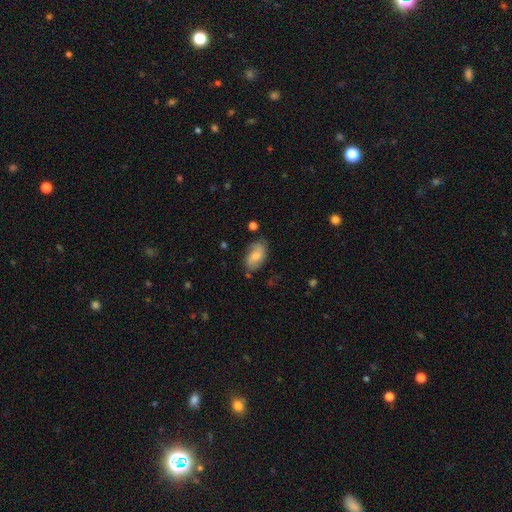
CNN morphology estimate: Overall: smooth (58%; featured or disk 35%). How rounded: in between (91%). Merging: none (70%).